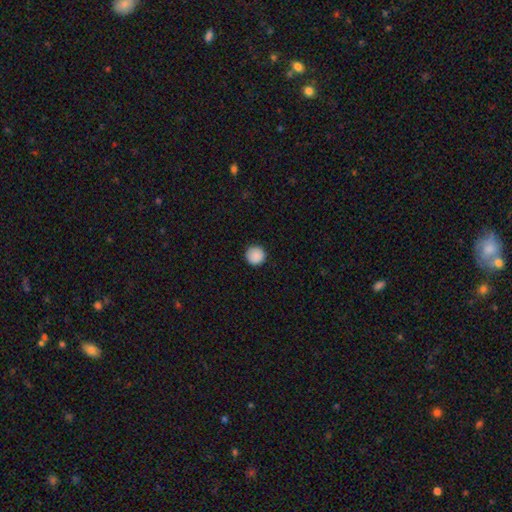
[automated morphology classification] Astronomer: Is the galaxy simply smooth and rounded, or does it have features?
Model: smooth — 89%.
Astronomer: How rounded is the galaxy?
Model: round — 96%.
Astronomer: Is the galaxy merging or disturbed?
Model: none — 92%.